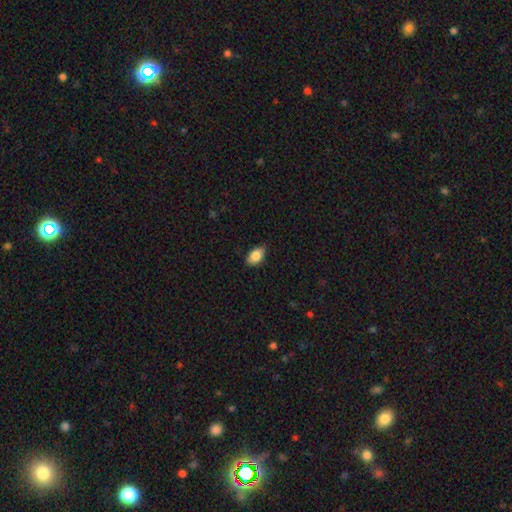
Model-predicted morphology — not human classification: smooth-or-featured: smooth: 85% | featured or disk: 7% | star or artifact: 7%
  how-rounded: in between: 90% | round: 8% | cigar-shaped: 2%
  merging: none: 73% | minor disturbance: 23% | major disturbance: 3% | merger: 1%